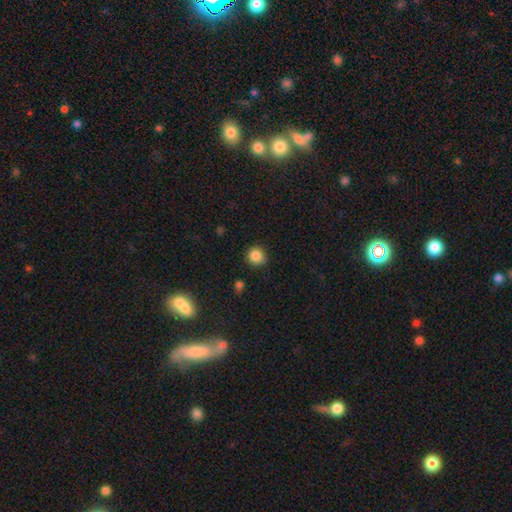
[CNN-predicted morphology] smooth 86%, star or artifact 11%, featured or disk 4%. Down the decision tree: how rounded — round (91%); merging — none (85%).